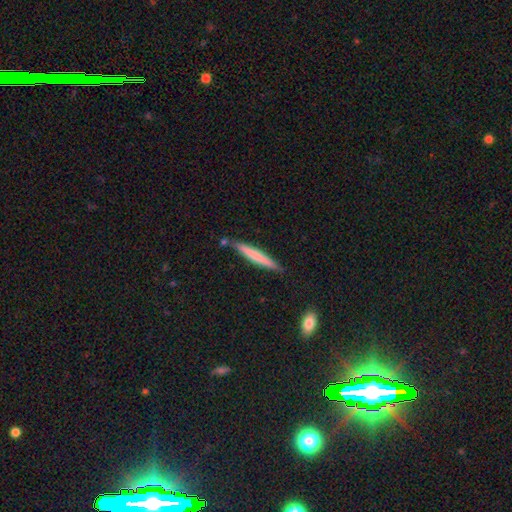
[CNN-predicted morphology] Smooth or featured? smooth (66%)
How rounded? cigar-shaped (96%)
Merging? none (83%)